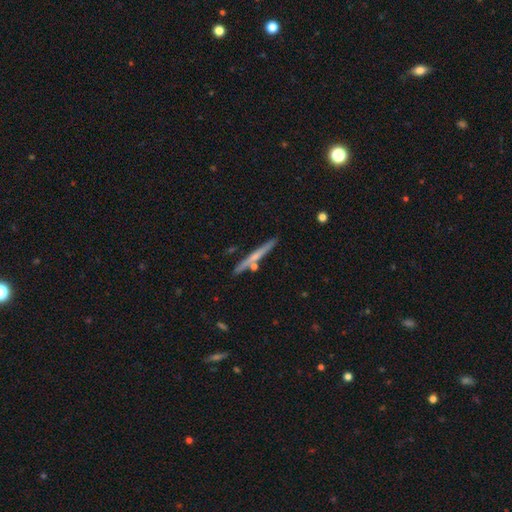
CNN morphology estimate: Smooth or featured?
  - featured or disk: 50% *
  - smooth: 43%
  - star or artifact: 6%
Edge-on disk?
  - yes: 96% *
  - no: 4%
Merging?
  - none: 82% *
  - minor disturbance: 9%
  - merger: 7%
  - major disturbance: 2%